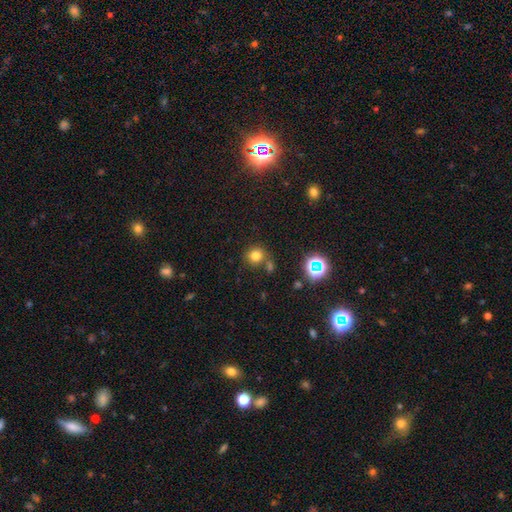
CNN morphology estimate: smooth_or_featured: smooth (p=0.76) [alt: star or artifact p=0.17]
how_rounded: round (p=0.87) [alt: in between p=0.12]
merging: none (p=0.69) [alt: merger p=0.16]